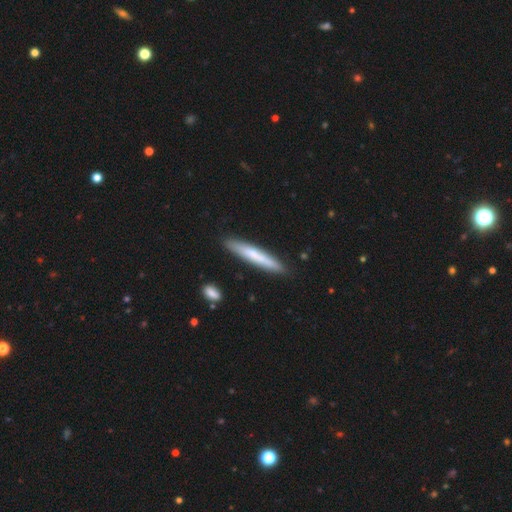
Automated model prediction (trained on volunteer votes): This is possibly a smooth galaxy (59%). How rounded: clearly cigar-shaped (94%). Merging: clearly none (87%).